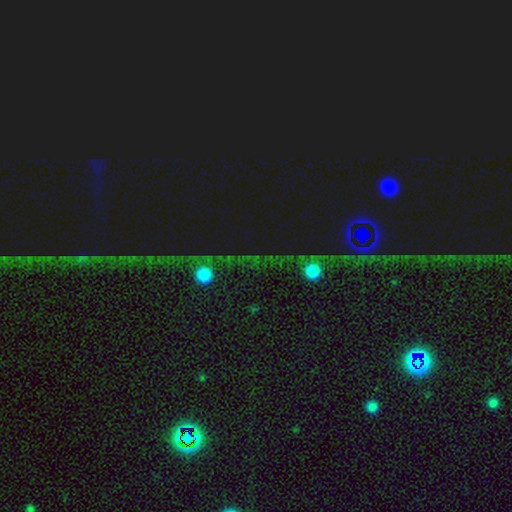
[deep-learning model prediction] smooth_or_featured: star or artifact (p=0.68) [alt: smooth p=0.19]